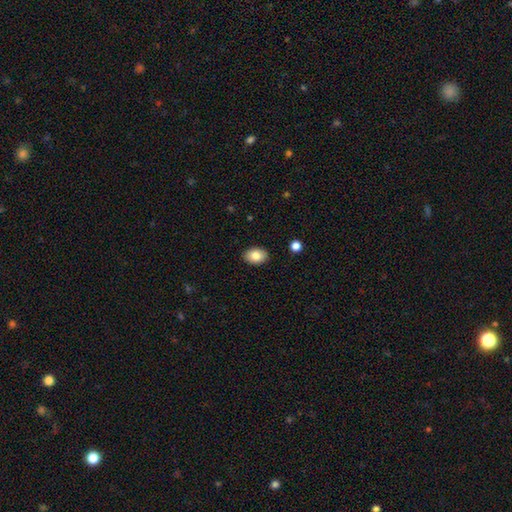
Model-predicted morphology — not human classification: Smooth or featured?
  - smooth: 83% *
  - featured or disk: 9%
  - star or artifact: 8%
How rounded?
  - in between: 82% *
  - round: 17%
  - cigar-shaped: 1%
Merging?
  - none: 88% *
  - minor disturbance: 8%
  - major disturbance: 2%
  - merger: 1%